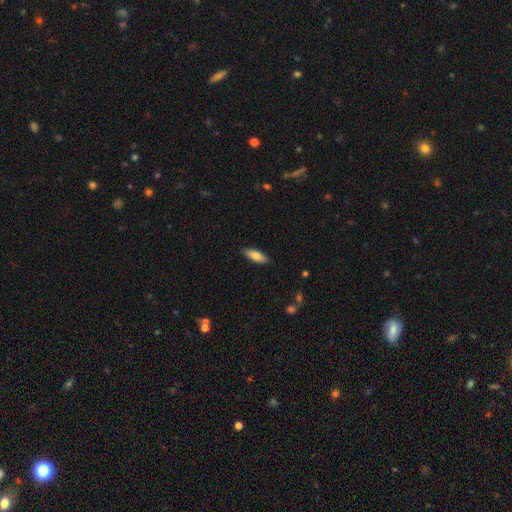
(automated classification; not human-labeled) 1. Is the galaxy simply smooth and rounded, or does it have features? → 79% smooth, 14% featured or disk, 6% star or artifact.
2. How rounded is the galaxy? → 63% in between, 35% cigar-shaped, 2% round.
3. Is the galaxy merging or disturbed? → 88% none, 10% minor disturbance, 2% major disturbance, 1% merger.